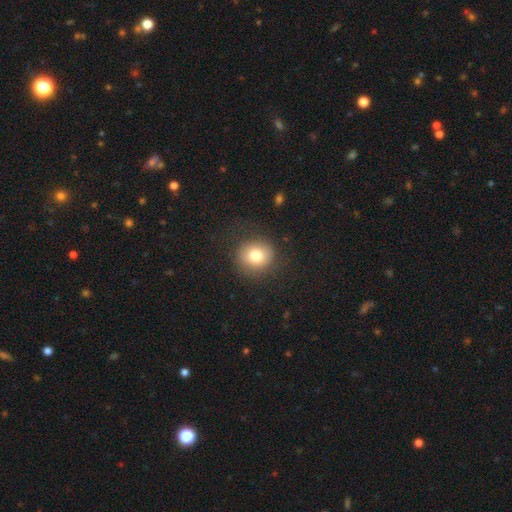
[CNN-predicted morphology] type=smooth (79%); roundness=round (86%); merging=none (84%).